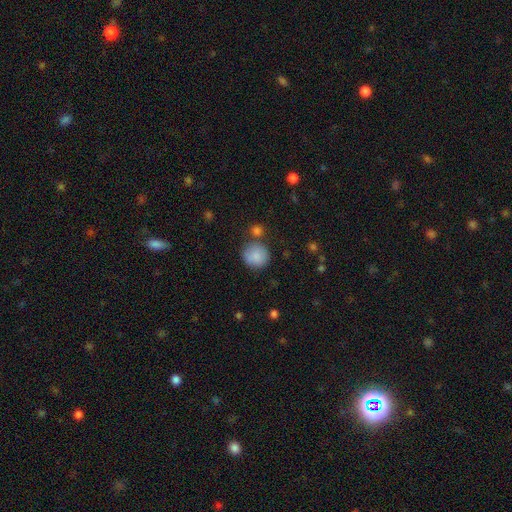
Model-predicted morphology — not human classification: smooth_or_featured: smooth (p=0.85) [alt: star or artifact p=0.08]
how_rounded: round (p=0.91) [alt: in between p=0.09]
merging: none (p=0.71) [alt: minor disturbance p=0.14]